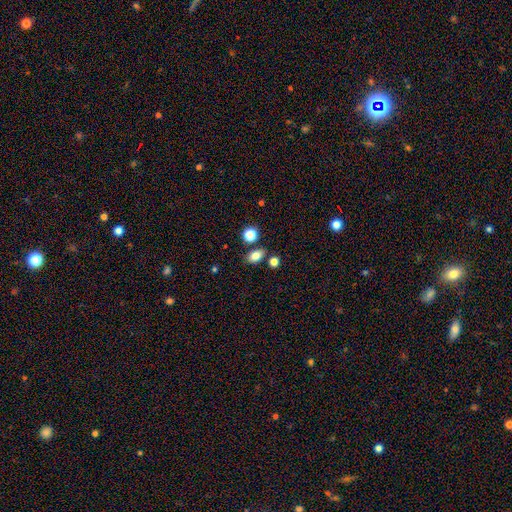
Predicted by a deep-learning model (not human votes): A smooth galaxy with no disk features (80%) that is in between round and cigar-shaped (76%).

Vote fractions:
- Smooth or featured? smooth: 80% / star or artifact: 11% / featured or disk: 8%
- How rounded? in between: 76% / round: 22% / cigar-shaped: 2%
- Merging? none: 77% / minor disturbance: 10% / merger: 10% / major disturbance: 3%